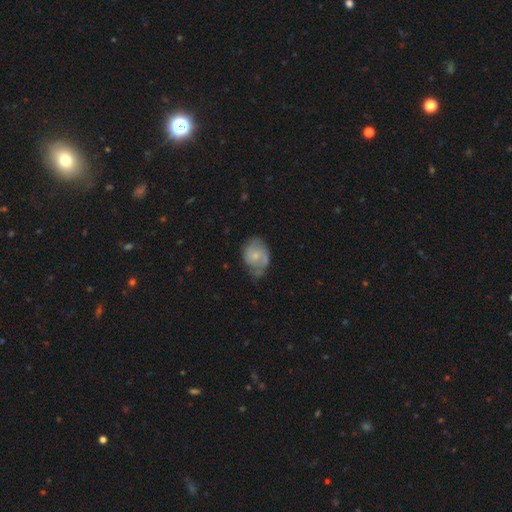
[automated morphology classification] Q: Smooth or featured?
A: smooth (52%); runner-up: featured or disk (41%)
Q: How rounded?
A: in between (57%); runner-up: round (42%)
Q: Merging?
A: none (41%); runner-up: minor disturbance (38%)